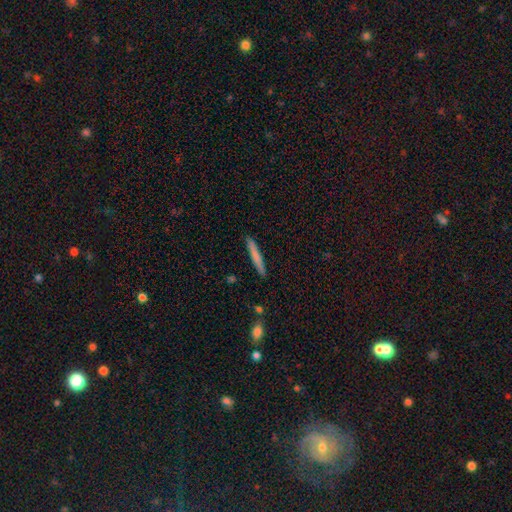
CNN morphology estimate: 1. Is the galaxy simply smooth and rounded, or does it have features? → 70% smooth, 24% featured or disk, 6% star or artifact.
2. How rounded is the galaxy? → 96% cigar-shaped, 3% in between, 1% round.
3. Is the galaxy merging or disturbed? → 90% none, 7% minor disturbance, 2% merger, 1% major disturbance.